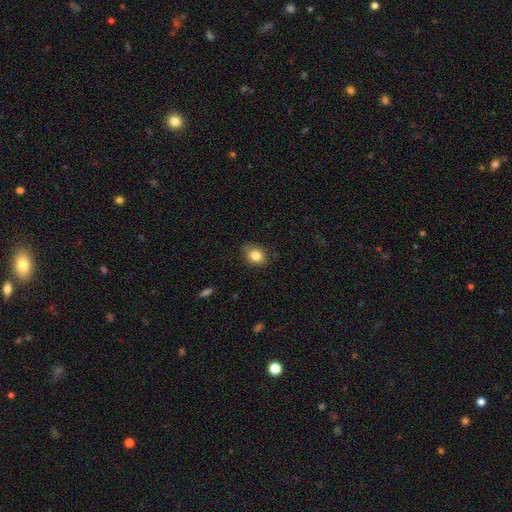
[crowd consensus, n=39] A smooth galaxy with no disk features (77%) that is in between round and cigar-shaped (70%).

Vote fractions:
- Smooth or featured? smooth: 77% / featured or disk: 18% / star or artifact: 5%
- How rounded? in between: 70% / round: 27% / cigar-shaped: 3%
- Merging? none: 73% / minor disturbance: 24% / major disturbance: 3% / merger: 0%